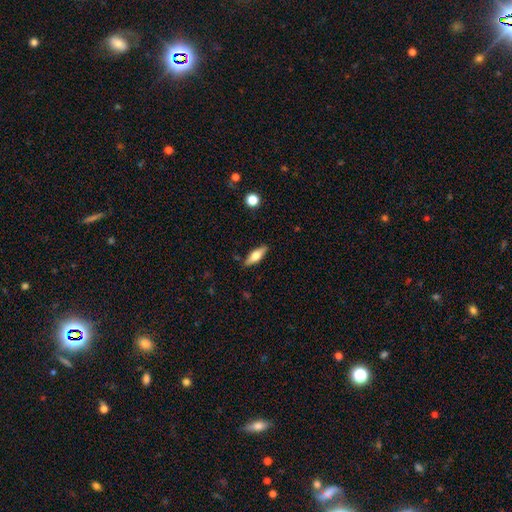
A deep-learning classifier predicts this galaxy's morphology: This appears to be a smooth galaxy with no disk features (57%) that is in between round and cigar-shaped (53%). Merging: none (86%).